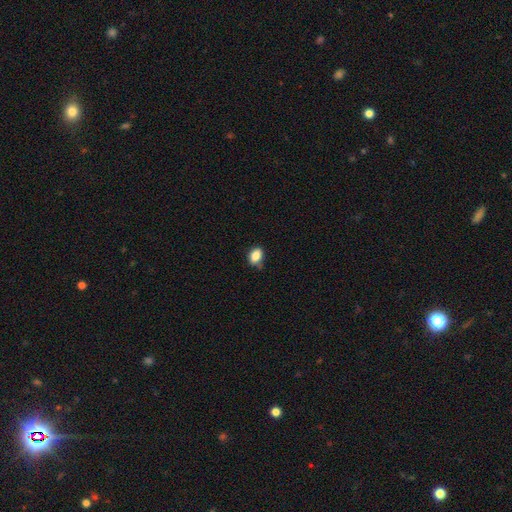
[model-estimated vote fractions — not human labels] Morphology: type=smooth (85%); roundness=in between (79%); merging=none (68%).